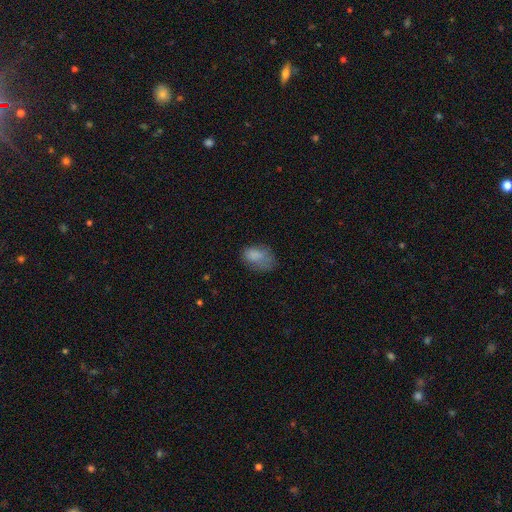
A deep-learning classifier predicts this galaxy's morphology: This appears to be a smooth galaxy with no disk features (79%) that is in between round and cigar-shaped (87%). Merging: none (46%).